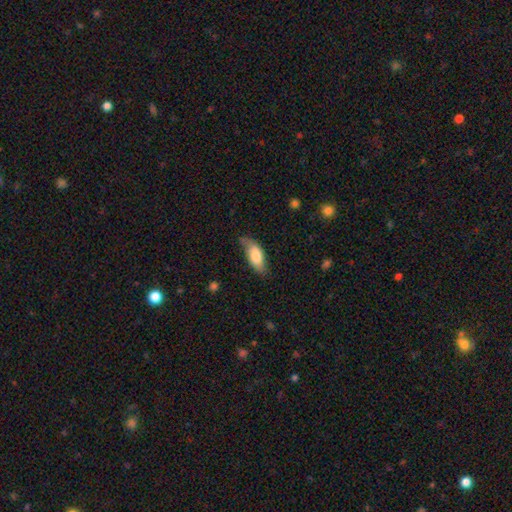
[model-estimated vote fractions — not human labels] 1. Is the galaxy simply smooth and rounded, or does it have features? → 75% smooth, 19% featured or disk, 6% star or artifact.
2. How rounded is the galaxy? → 81% in between, 17% cigar-shaped, 2% round.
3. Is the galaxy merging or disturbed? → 58% none, 32% minor disturbance, 8% major disturbance, 2% merger.